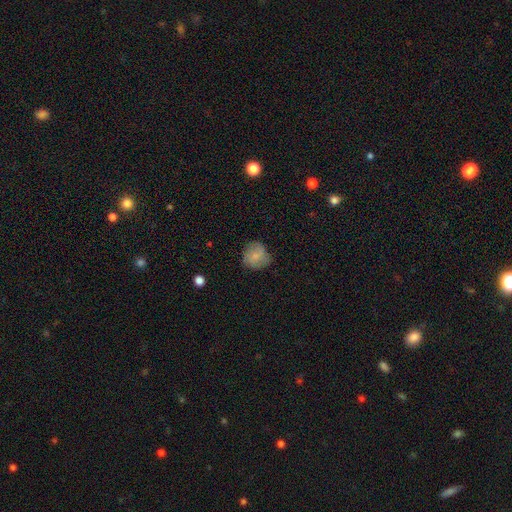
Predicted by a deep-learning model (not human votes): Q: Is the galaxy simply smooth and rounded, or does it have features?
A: smooth — 71%.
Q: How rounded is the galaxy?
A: round — 85%.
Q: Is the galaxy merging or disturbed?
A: none — 68%.